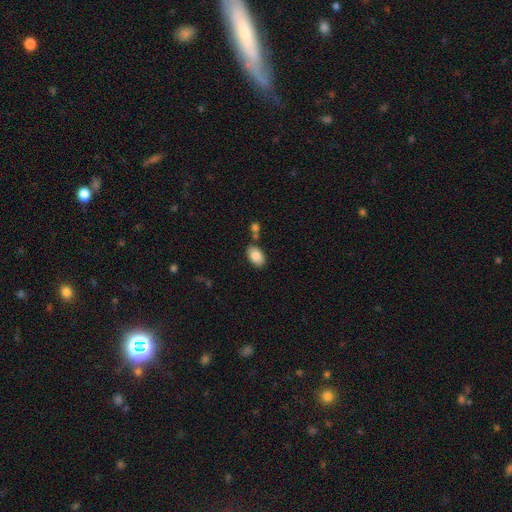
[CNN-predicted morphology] smooth-or-featured: smooth: 85% | featured or disk: 8% | star or artifact: 7%
  how-rounded: in between: 92% | round: 7% | cigar-shaped: 1%
  merging: none: 72% | minor disturbance: 13% | merger: 11% | major disturbance: 3%